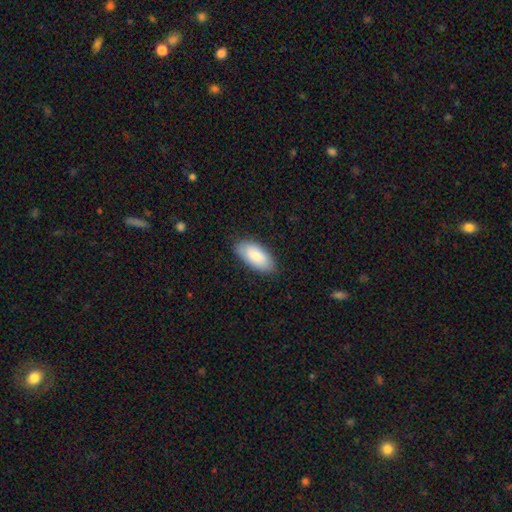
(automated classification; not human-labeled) This appears to be a smooth galaxy with no disk features (84%) that is in between round and cigar-shaped (91%). Merging: none (85%).